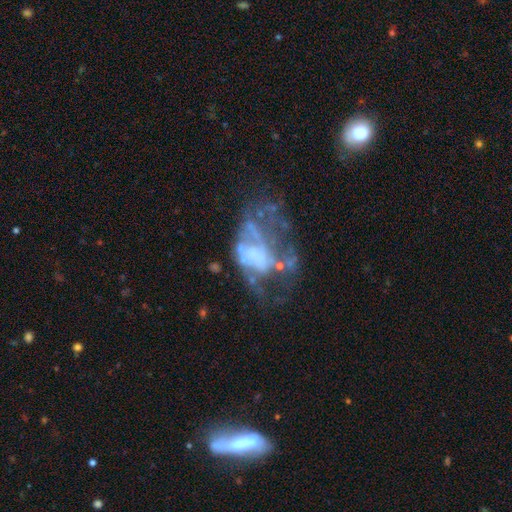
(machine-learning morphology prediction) This is likely a featured or disk galaxy (69%). It is clearly not viewed edge-on (97%). Bar: likely no (80%). Spiral arm pattern: likely no (69%). Central bulge: possibly none (57%). Merging: possibly major disturbance (46%).